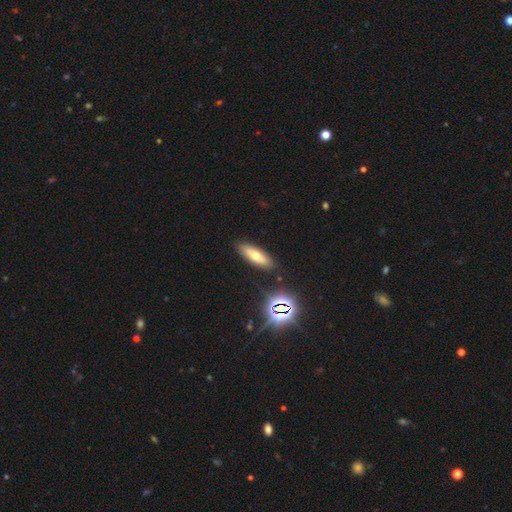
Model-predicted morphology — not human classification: Smooth or featured?
  - smooth: 56% *
  - featured or disk: 25%
  - star or artifact: 19%
How rounded?
  - in between: 50% *
  - cigar-shaped: 46%
  - round: 5%
Merging?
  - none: 88% *
  - minor disturbance: 8%
  - major disturbance: 2%
  - merger: 2%